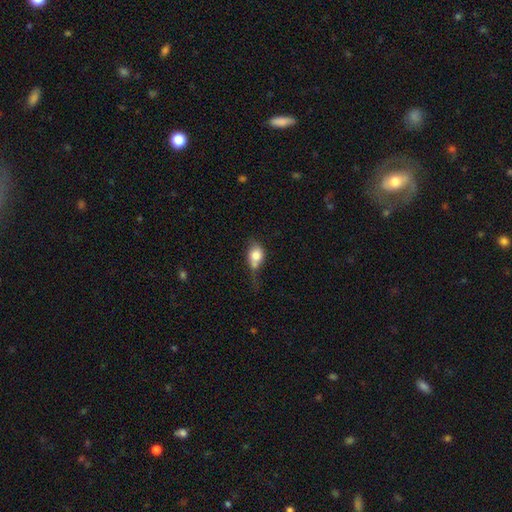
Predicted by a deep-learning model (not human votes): Smooth or featured? Predicted: smooth (p=0.76). How rounded? Predicted: in between (p=0.57). Merging? Predicted: minor disturbance (p=0.26).